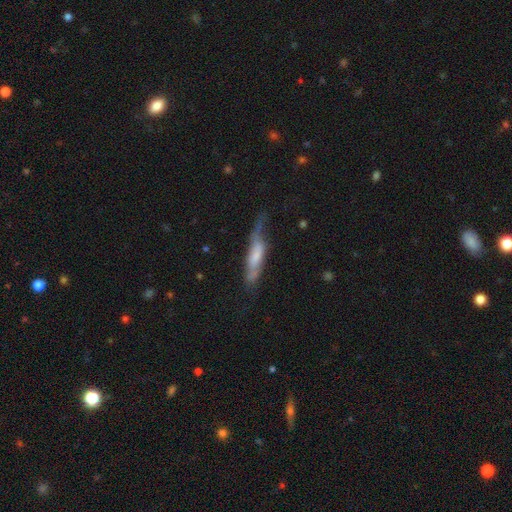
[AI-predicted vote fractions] The model was most divided on "smooth or featured": smooth: 47%, featured or disk: 46%, star or artifact: 7%. Remaining: merging — none (36%).